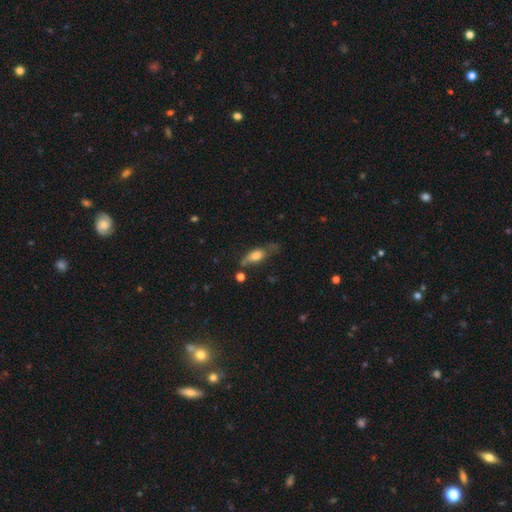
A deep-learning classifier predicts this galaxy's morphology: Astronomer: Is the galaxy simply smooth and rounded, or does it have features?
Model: smooth — 63%.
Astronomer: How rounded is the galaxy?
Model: in between — 71%.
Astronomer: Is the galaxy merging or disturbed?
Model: none — 44% (runner-up: minor disturbance, 30%).